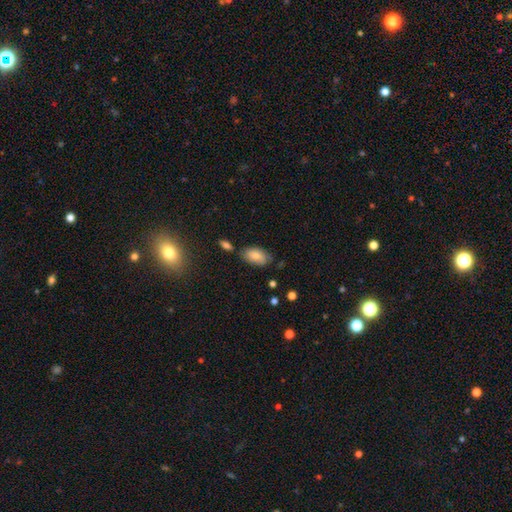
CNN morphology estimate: Smooth or featured? Predicted: smooth (p=0.80). How rounded? Predicted: in between (p=0.93). Merging? Predicted: none (p=0.70).